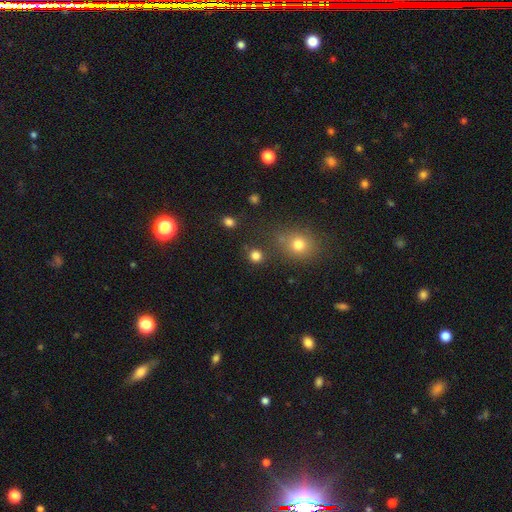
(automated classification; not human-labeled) Q: Smooth or featured?
A: smooth (80%); runner-up: star or artifact (15%)
Q: How rounded?
A: round (87%); runner-up: in between (12%)
Q: Merging?
A: none (81%); runner-up: minor disturbance (8%)